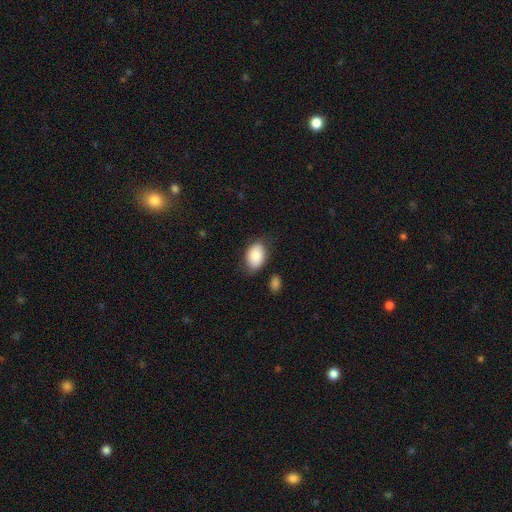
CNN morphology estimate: smooth-or-featured: smooth: 85% | featured or disk: 8% | star or artifact: 7%
  how-rounded: in between: 87% | round: 12% | cigar-shaped: 1%
  merging: none: 75% | minor disturbance: 17% | major disturbance: 4% | merger: 3%